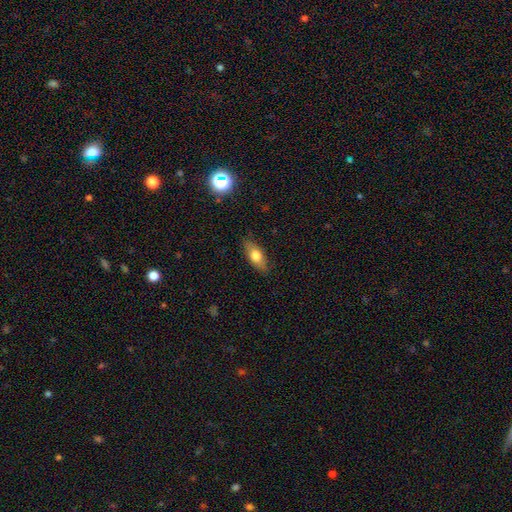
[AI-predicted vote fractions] Q: Smooth or featured?
A: smooth (69%); runner-up: featured or disk (23%)
Q: How rounded?
A: in between (77%); runner-up: cigar-shaped (19%)
Q: Merging?
A: none (84%); runner-up: minor disturbance (12%)